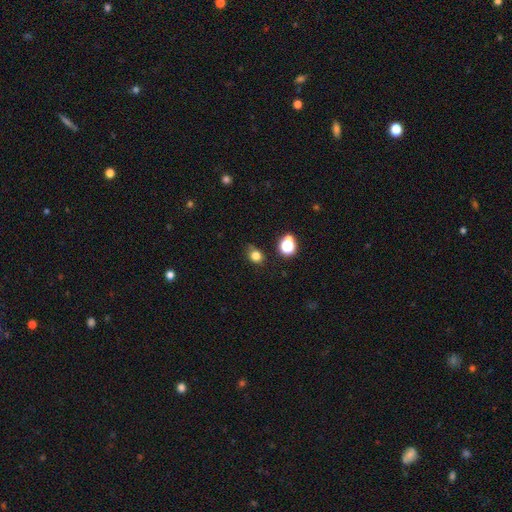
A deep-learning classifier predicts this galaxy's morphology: Smooth or featured: smooth — 78% (star or artifact — 16%)
How rounded: round — 67% (in between — 32%)
Merging: none — 72% (minor disturbance — 19%)